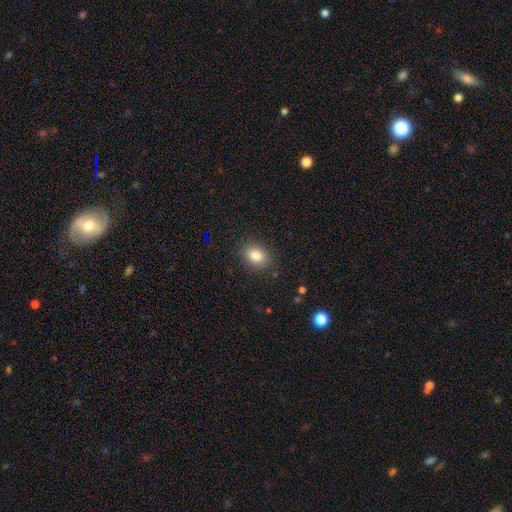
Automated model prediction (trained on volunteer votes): Overall: smooth (84%). How rounded: in between (73%). Merging: none (86%).